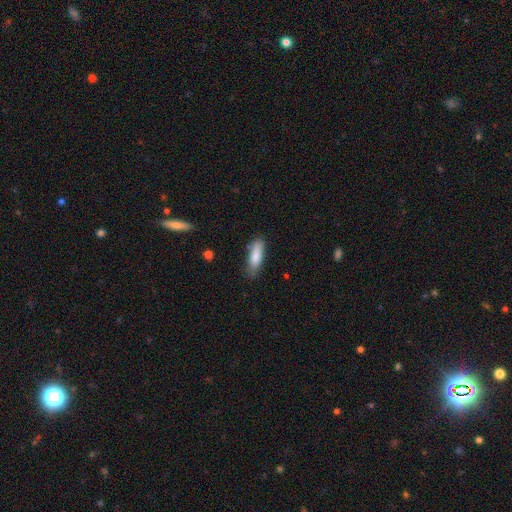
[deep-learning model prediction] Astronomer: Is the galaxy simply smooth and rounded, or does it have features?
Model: smooth — 82%.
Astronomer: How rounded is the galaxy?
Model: in between — 50% (runner-up: cigar-shaped, 48%).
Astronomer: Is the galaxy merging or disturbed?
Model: none — 74%.